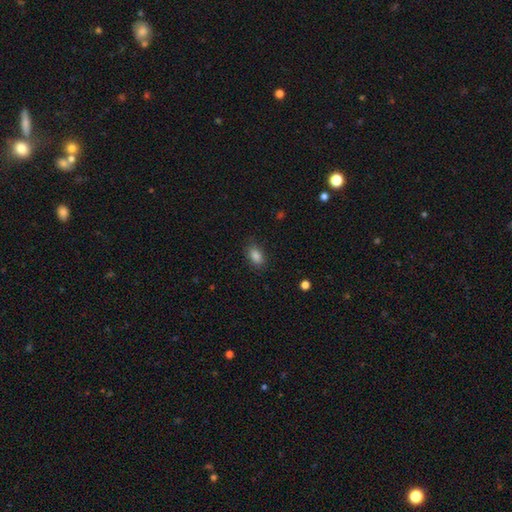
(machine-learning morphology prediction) smooth_or_featured: smooth (p=0.86) [alt: star or artifact p=0.09]
how_rounded: in between (p=0.88) [alt: round p=0.09]
merging: none (p=0.85) [alt: minor disturbance p=0.11]